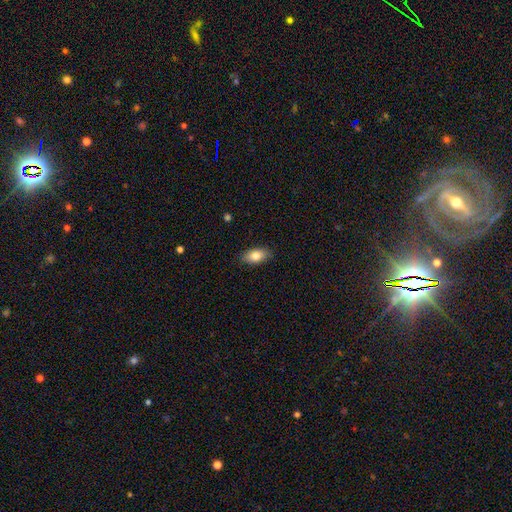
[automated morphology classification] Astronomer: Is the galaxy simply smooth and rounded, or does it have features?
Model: smooth — 81%.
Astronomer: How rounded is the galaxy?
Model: in between — 90%.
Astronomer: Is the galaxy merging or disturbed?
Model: none — 87%.